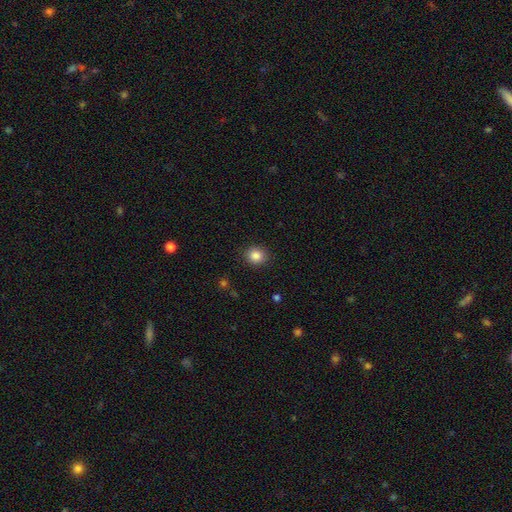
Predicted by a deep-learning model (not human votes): smooth_or_featured: smooth (p=0.86) [alt: star or artifact p=0.10]
how_rounded: round (p=0.82) [alt: in between p=0.17]
merging: none (p=0.90) [alt: minor disturbance p=0.07]